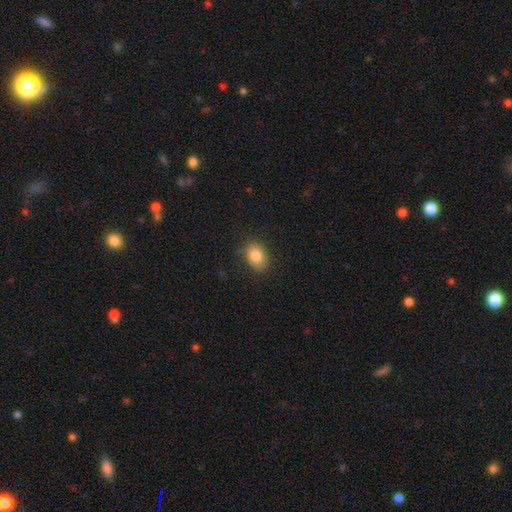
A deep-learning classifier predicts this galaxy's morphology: smooth_or_featured: smooth (p=0.84) [alt: star or artifact p=0.09]
how_rounded: in between (p=0.68) [alt: round p=0.31]
merging: none (p=0.82) [alt: minor disturbance p=0.13]